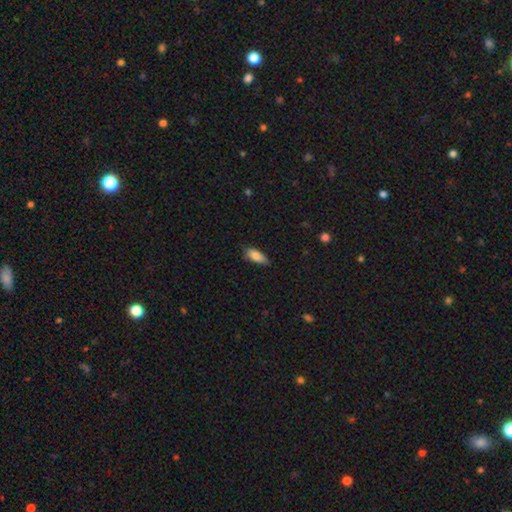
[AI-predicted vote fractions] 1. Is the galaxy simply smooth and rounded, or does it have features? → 83% smooth, 11% featured or disk, 7% star or artifact.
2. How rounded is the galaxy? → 78% in between, 20% cigar-shaped, 2% round.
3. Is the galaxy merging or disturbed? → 74% none, 22% minor disturbance, 3% major disturbance, 1% merger.